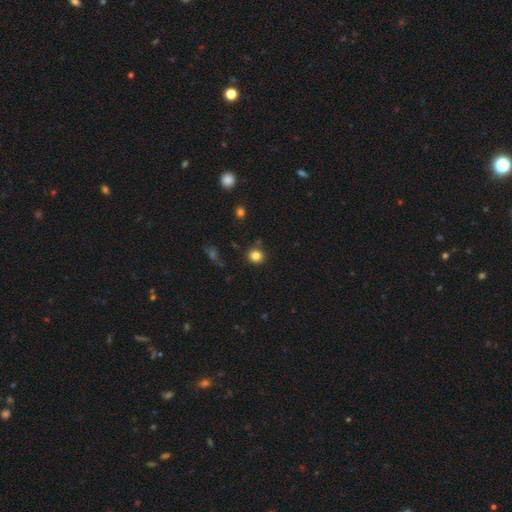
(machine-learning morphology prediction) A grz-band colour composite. It shows a smooth galaxy with no disk features (83%) that is round (86%). Merging: none (82%).